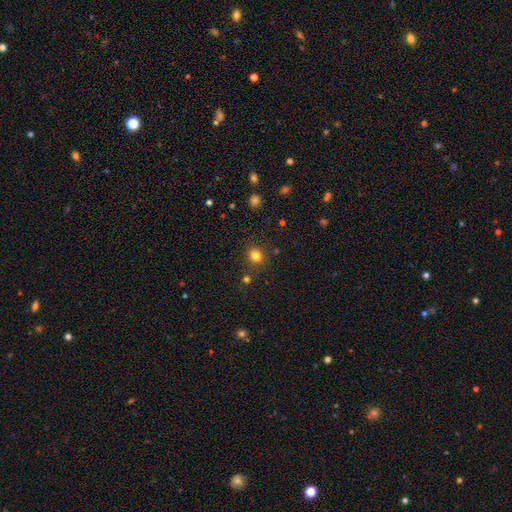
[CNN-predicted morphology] smooth-or-featured: smooth: 80% | star or artifact: 15% | featured or disk: 5%
  how-rounded: round: 83% | in between: 16% | cigar-shaped: 1%
  merging: none: 85% | minor disturbance: 9% | merger: 4% | major disturbance: 3%